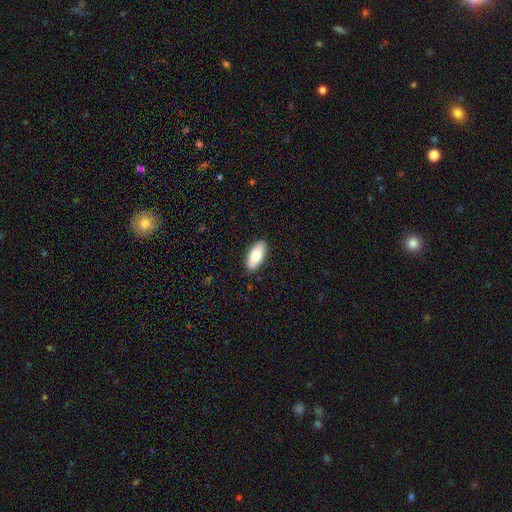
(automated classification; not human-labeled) This appears to be a smooth galaxy with no disk features (75%) that is in between round and cigar-shaped (88%). Merging: none (89%).